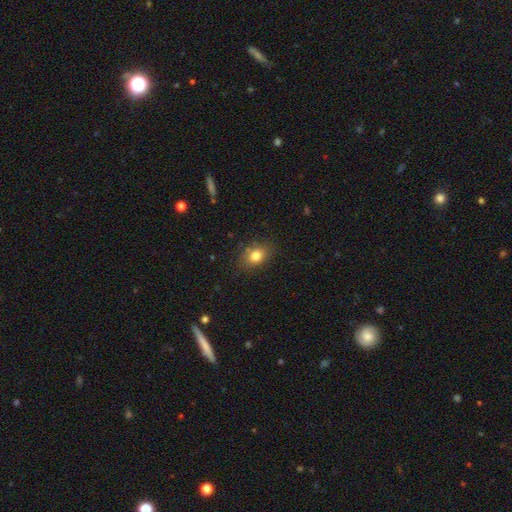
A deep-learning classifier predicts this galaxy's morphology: Smooth or featured? smooth (81%)
How rounded? in between (62%)
Merging? none (82%)